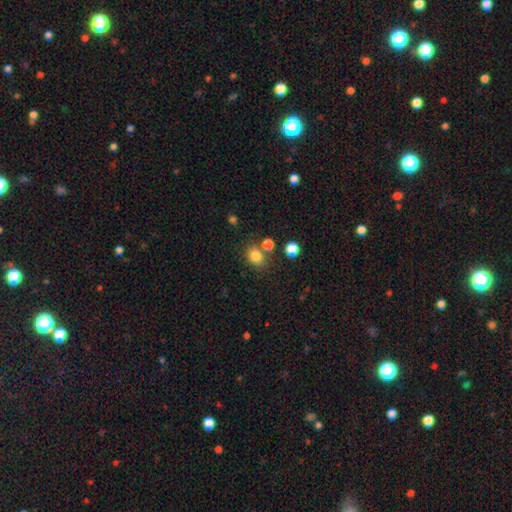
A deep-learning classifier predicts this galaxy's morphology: Overall: smooth (82%). How rounded: round (58%; in between 41%). Merging: none (70%).